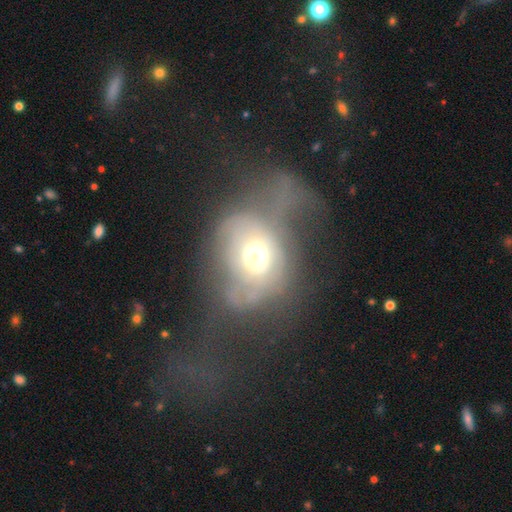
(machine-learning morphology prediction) featured or disk 48%, smooth 40%, star or artifact 12%. Down the decision tree: merging — major disturbance (62%).